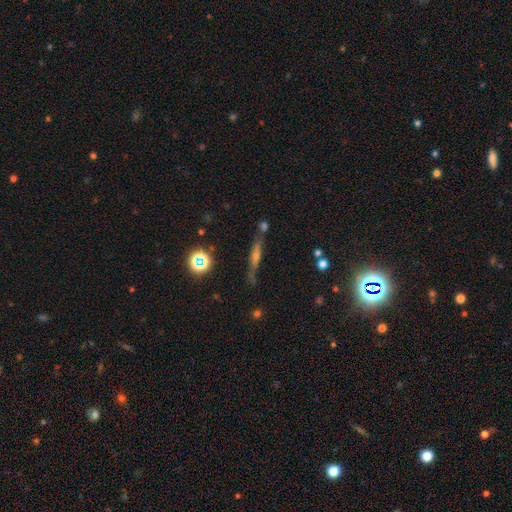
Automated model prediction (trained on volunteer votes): A featured or disk galaxy (53%) viewed edge-on (89%).

Vote fractions:
- Smooth or featured? featured or disk: 53% / smooth: 29% / star or artifact: 18%
- Edge-on disk? yes: 89% / no: 11%
- Merging? none: 72% / minor disturbance: 16% / merger: 7% / major disturbance: 5%